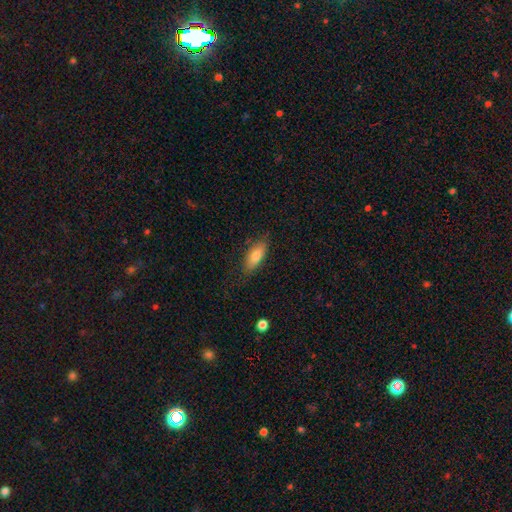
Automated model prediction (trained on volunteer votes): Smooth or featured? smooth (80%)
How rounded? in between (74%)
Merging? none (78%)